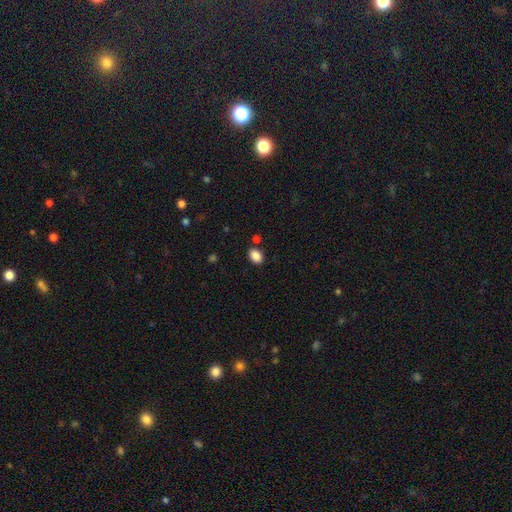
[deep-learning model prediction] A smooth galaxy with no disk features (88%) that is in between round and cigar-shaped (76%). Merging: none (82%).